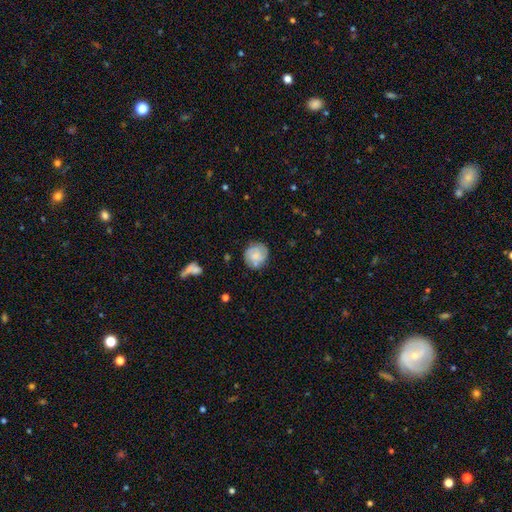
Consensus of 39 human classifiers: A smooth galaxy with no disk features (54%) that is round (86%). Merging: none (69%).